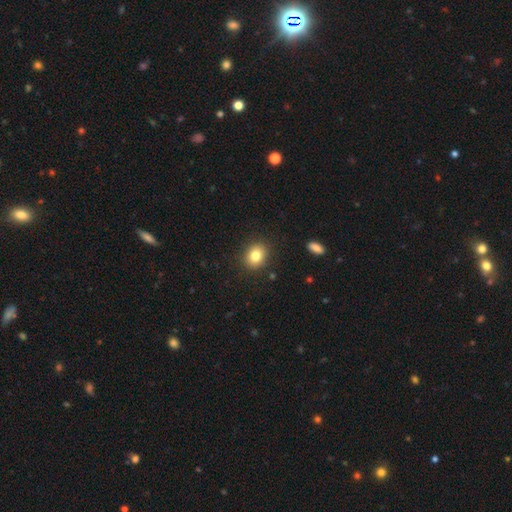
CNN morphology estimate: smooth 81%, star or artifact 10%, featured or disk 9%. Down the decision tree: how rounded — round (55%); merging — none (87%).